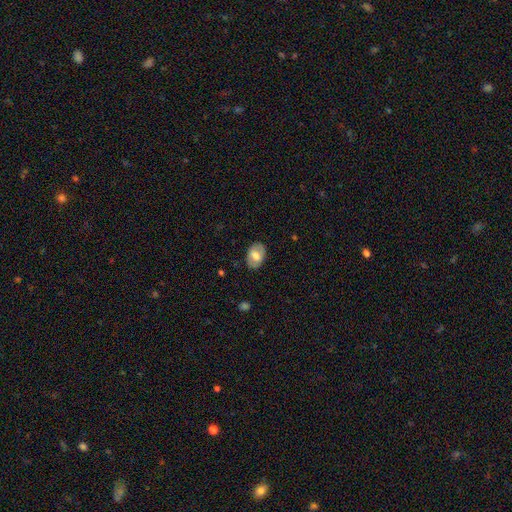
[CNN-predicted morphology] smooth_or_featured: smooth (p=0.59) [alt: featured or disk p=0.35]
how_rounded: in between (p=0.85) [alt: round p=0.14]
merging: none (p=0.83) [alt: minor disturbance p=0.13]